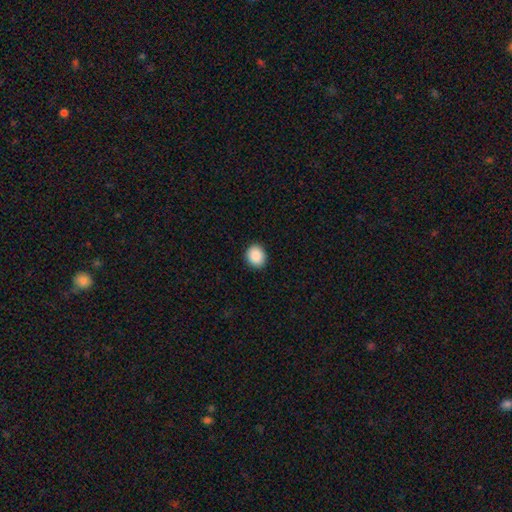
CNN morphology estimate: type=smooth (89%); roundness=round (69%); merging=none (91%).